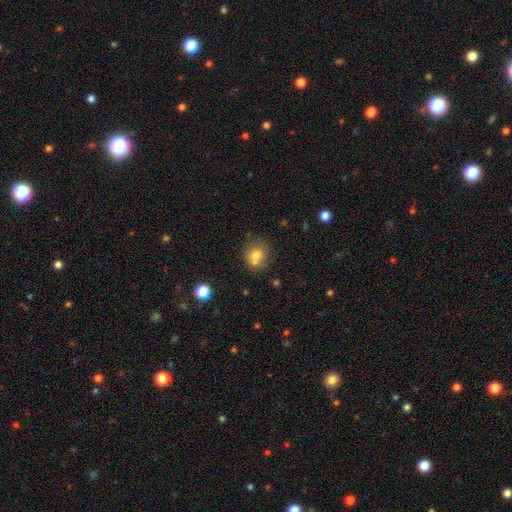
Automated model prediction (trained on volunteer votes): Smooth or featured? Predicted: smooth (p=0.72). How rounded? Predicted: round (p=0.82). Merging? Predicted: none (p=0.53).